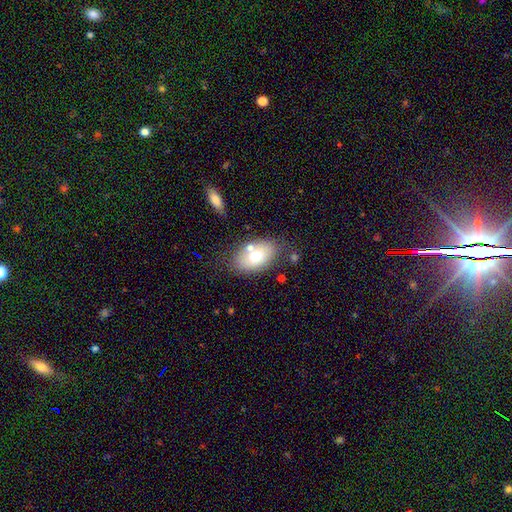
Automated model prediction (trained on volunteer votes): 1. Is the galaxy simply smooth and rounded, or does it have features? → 66% smooth, 25% featured or disk, 8% star or artifact.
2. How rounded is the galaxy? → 89% in between, 10% round, 1% cigar-shaped.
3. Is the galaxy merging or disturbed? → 64% none, 16% minor disturbance, 15% merger, 5% major disturbance.